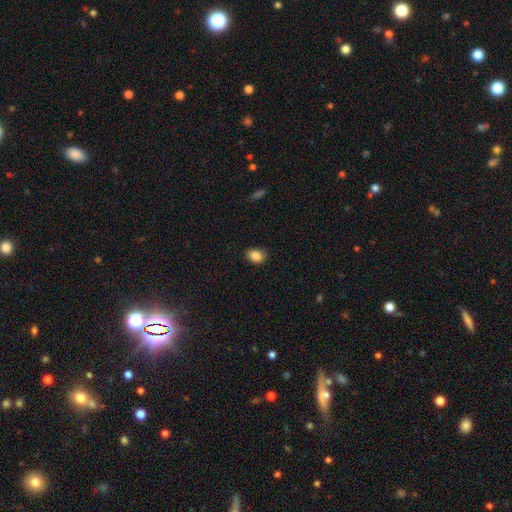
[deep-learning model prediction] Q: Smooth or featured?
A: smooth (87%); runner-up: star or artifact (9%)
Q: How rounded?
A: in between (72%); runner-up: round (26%)
Q: Merging?
A: none (87%); runner-up: minor disturbance (10%)